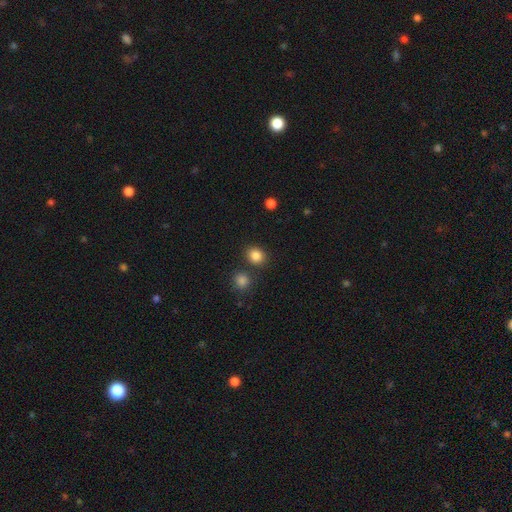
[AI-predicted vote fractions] smooth 85%, star or artifact 11%, featured or disk 4%. Down the decision tree: how rounded — round (66%); merging — none (79%).